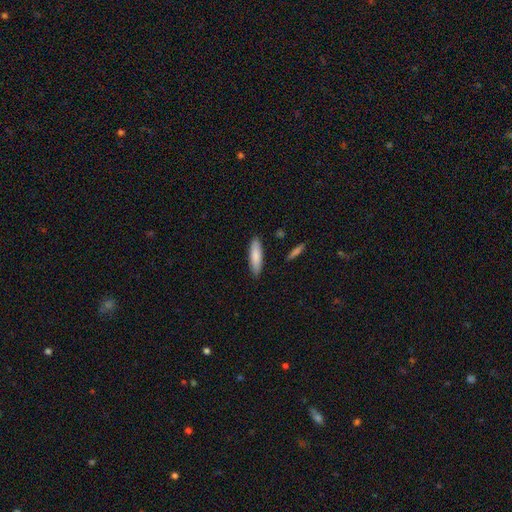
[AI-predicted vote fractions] smooth-or-featured: smooth: 84% | featured or disk: 10% | star or artifact: 6%
  how-rounded: cigar-shaped: 58% | in between: 40% | round: 1%
  merging: none: 87% | minor disturbance: 9% | merger: 2% | major disturbance: 2%